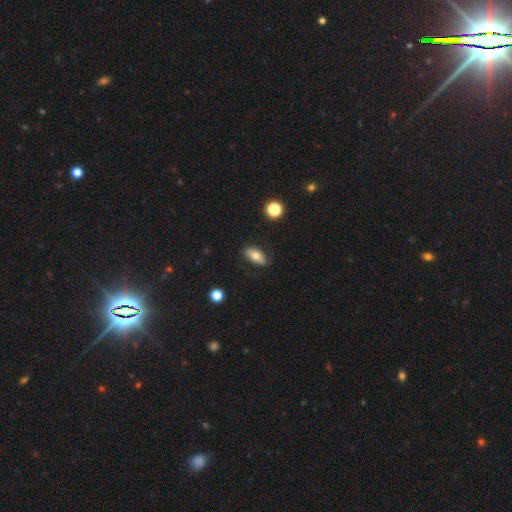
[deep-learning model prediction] smooth 71%, featured or disk 22%, star or artifact 8%. Down the decision tree: how rounded — in between (89%); merging — none (84%).